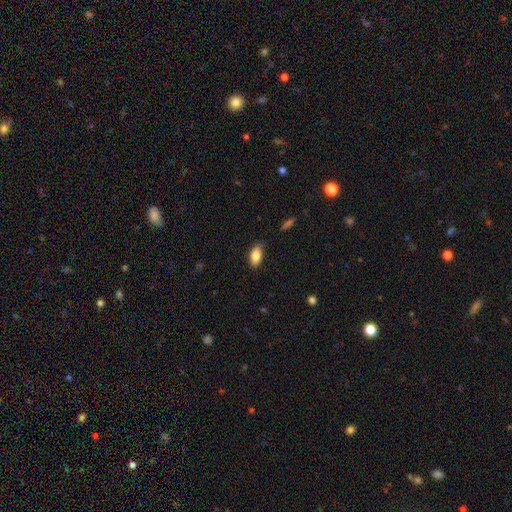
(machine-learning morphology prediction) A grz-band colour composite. It shows a smooth galaxy with no disk features (84%) that is in between round and cigar-shaped (90%). Merging: none (78%).